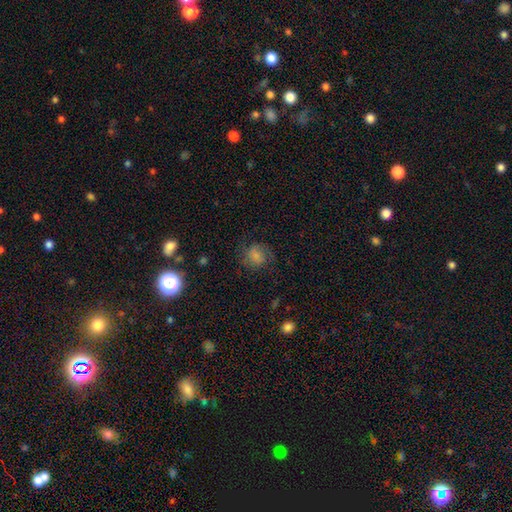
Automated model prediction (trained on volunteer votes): A smooth galaxy with no disk features (67%) that is round (77%).

Vote fractions:
- Smooth or featured? smooth: 67% / featured or disk: 22% / star or artifact: 11%
- How rounded? round: 77% / in between: 22% / cigar-shaped: 1%
- Merging? none: 67% / minor disturbance: 20% / major disturbance: 12% / merger: 1%